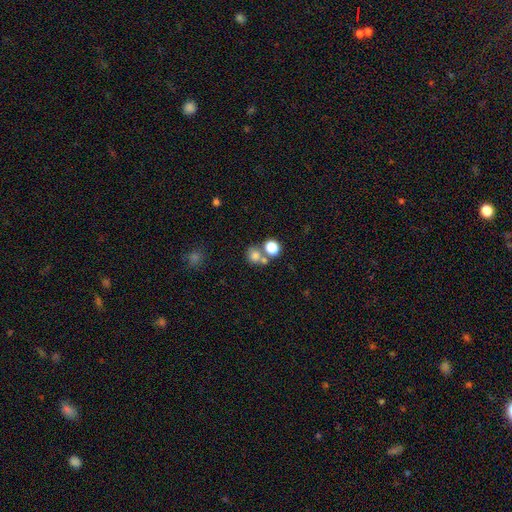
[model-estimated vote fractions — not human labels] Smooth or featured: smooth — 76% (star or artifact — 14%)
How rounded: round — 79% (in between — 20%)
Merging: none — 50% (merger — 38%)